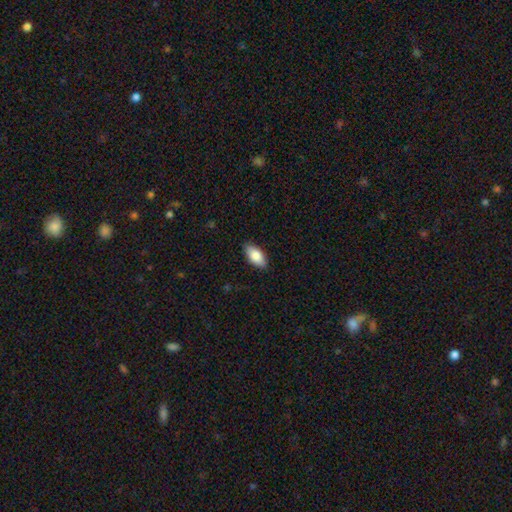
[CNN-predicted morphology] The model was most divided on "smooth or featured": smooth: 84%, featured or disk: 9%, star or artifact: 6%. More confident: how rounded — in between (93%); merging — none (87%).